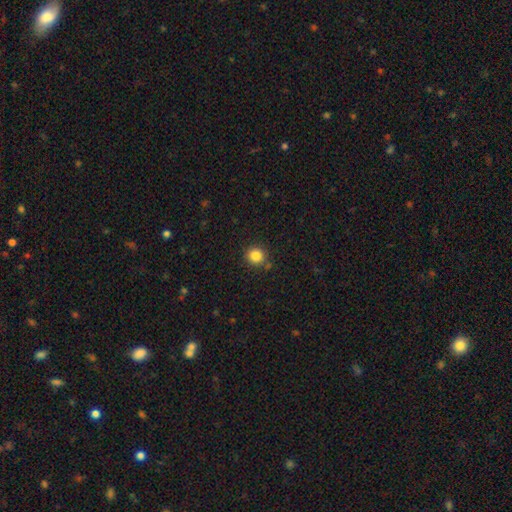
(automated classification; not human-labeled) Smooth or featured? smooth (85%)
How rounded? round (90%)
Merging? none (87%)